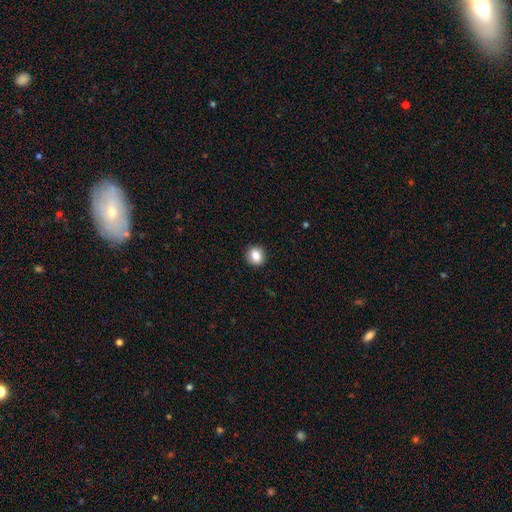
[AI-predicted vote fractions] Morphology: type=smooth (84%); roundness=round (84%); merging=none (92%).